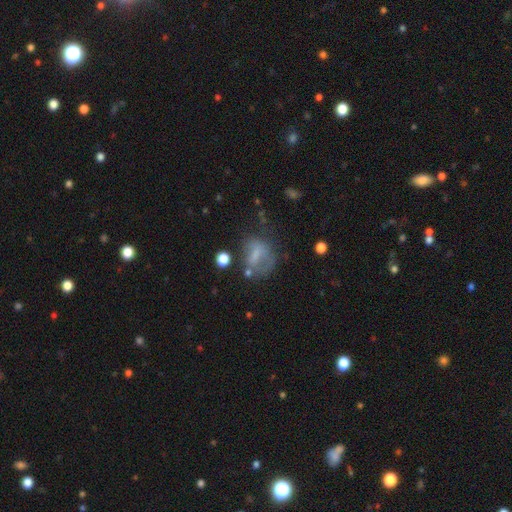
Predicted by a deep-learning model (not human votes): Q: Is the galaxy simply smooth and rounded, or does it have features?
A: smooth — 51%.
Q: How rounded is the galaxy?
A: in between — 52%.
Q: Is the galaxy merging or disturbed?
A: none — 39%.